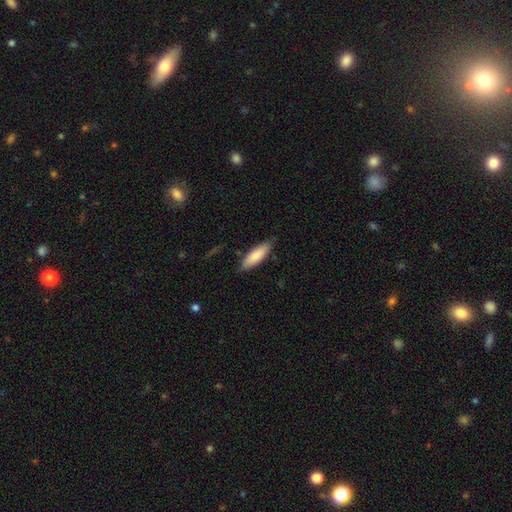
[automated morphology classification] Smooth or featured? Predicted: smooth (p=0.81). How rounded? Predicted: in between (p=0.51). Merging? Predicted: none (p=0.79).